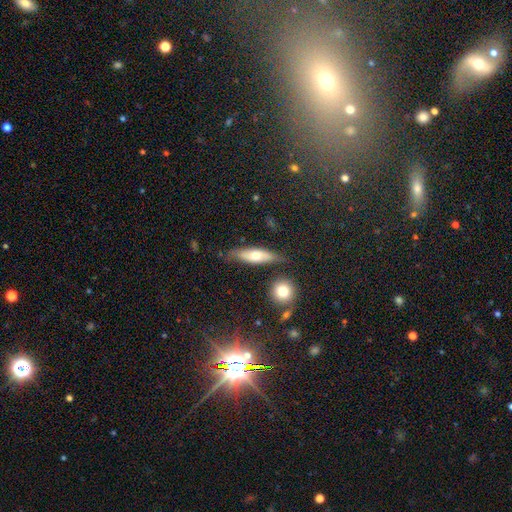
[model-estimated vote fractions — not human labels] A smooth galaxy with no disk features (59%) that is cigar-shaped (55%).

Vote fractions:
- Smooth or featured? smooth: 59% / featured or disk: 34% / star or artifact: 7%
- How rounded? cigar-shaped: 55% / in between: 42% / round: 3%
- Merging? none: 73% / minor disturbance: 18% / merger: 5% / major disturbance: 5%